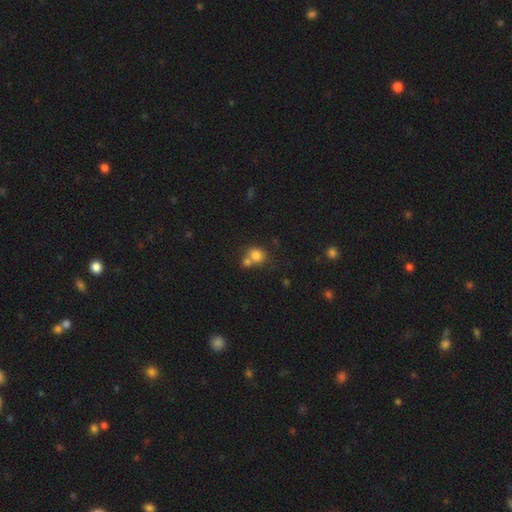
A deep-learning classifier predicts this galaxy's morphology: smooth-or-featured: smooth: 79% | star or artifact: 12% | featured or disk: 9%
  how-rounded: round: 79% | in between: 20% | cigar-shaped: 1%
  merging: none: 44% | merger: 43% | minor disturbance: 9% | major disturbance: 4%